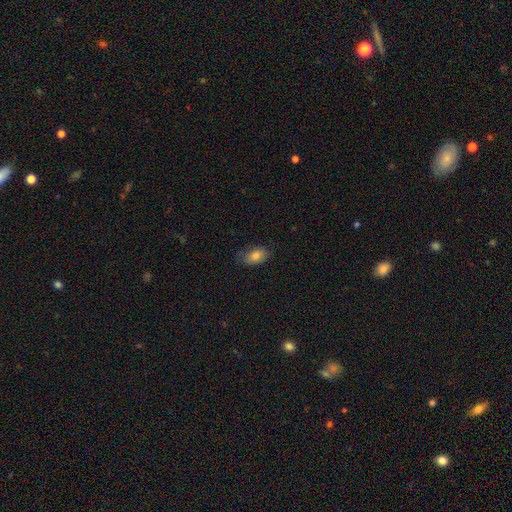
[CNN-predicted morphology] A smooth galaxy with no disk features (82%) that is in between round and cigar-shaped (90%).

Vote fractions:
- Smooth or featured? smooth: 82% / featured or disk: 10% / star or artifact: 8%
- How rounded? in between: 90% / round: 8% / cigar-shaped: 2%
- Merging? none: 75% / minor disturbance: 20% / major disturbance: 4% / merger: 1%